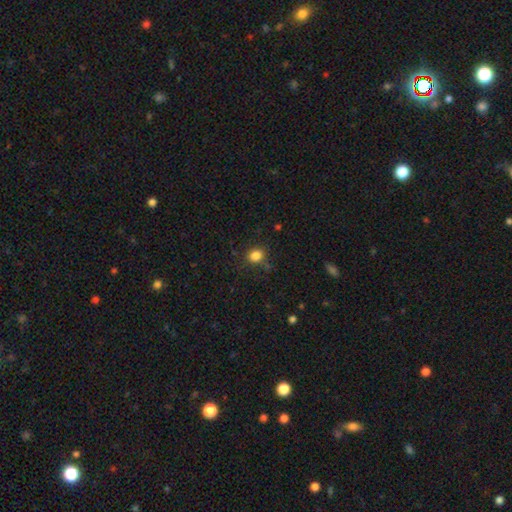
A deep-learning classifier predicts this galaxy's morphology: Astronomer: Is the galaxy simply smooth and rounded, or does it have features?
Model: smooth — 84%.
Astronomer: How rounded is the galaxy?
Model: round — 67%.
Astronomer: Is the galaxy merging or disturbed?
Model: none — 80%.